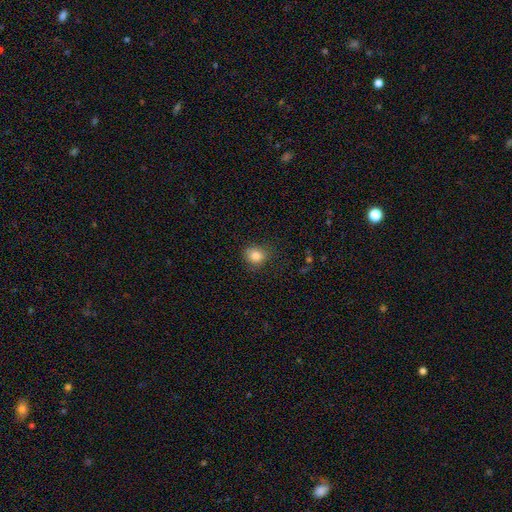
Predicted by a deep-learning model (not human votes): smooth 84%, star or artifact 10%, featured or disk 6%. Down the decision tree: how rounded — round (66%); merging — none (76%).